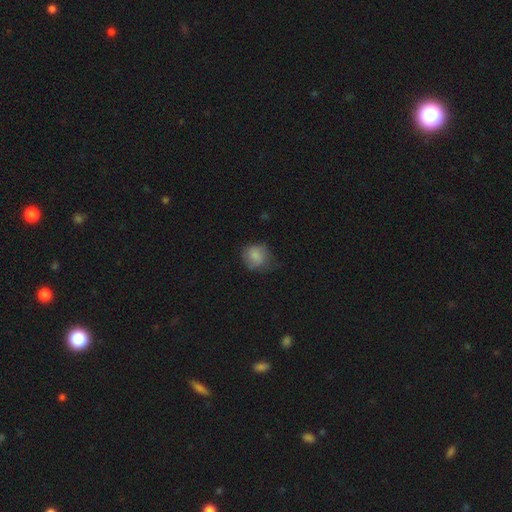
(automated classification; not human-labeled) Overall: smooth (79%). How rounded: round (77%). Merging: none (56%; minor disturbance 32%).